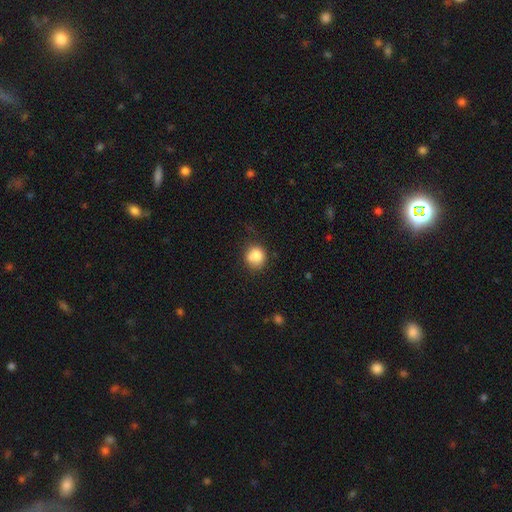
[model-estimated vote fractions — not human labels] Smooth or featured? smooth (80%)
How rounded? round (83%)
Merging? none (61%)